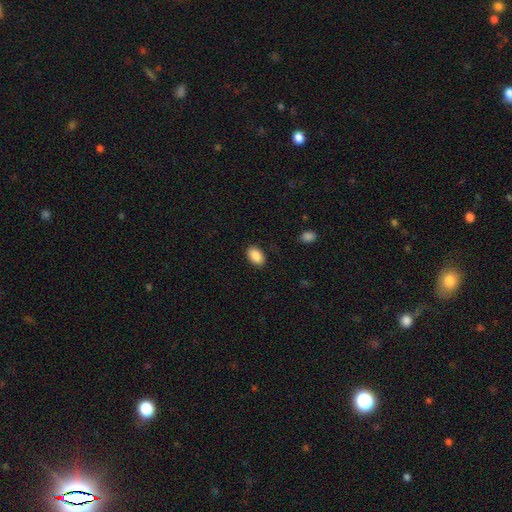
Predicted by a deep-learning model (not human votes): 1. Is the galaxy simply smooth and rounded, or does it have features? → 89% smooth, 7% star or artifact, 4% featured or disk.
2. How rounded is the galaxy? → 91% in between, 8% round, 1% cigar-shaped.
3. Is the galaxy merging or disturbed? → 87% none, 10% minor disturbance, 3% major disturbance, 1% merger.